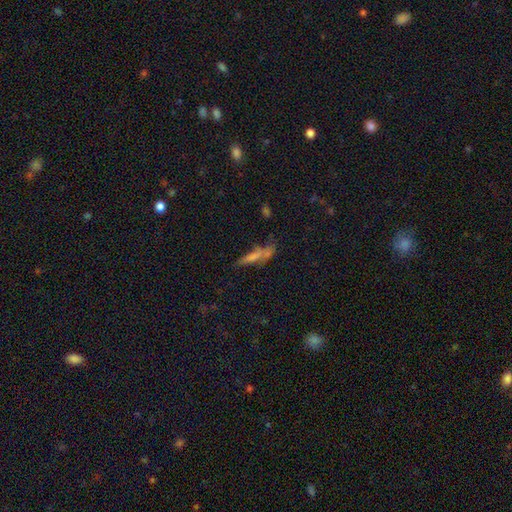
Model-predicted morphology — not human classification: A smooth galaxy with no disk features (56%) that is cigar-shaped (79%).

Vote fractions:
- Smooth or featured? smooth: 56% / featured or disk: 29% / star or artifact: 15%
- How rounded? cigar-shaped: 79% / in between: 18% / round: 3%
- Merging? none: 50% / minor disturbance: 21% / merger: 16% / major disturbance: 13%